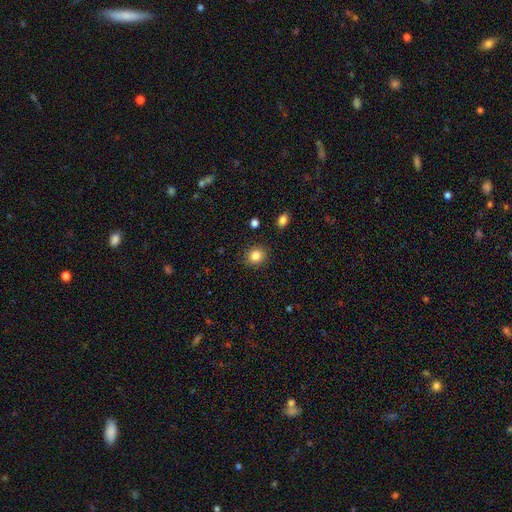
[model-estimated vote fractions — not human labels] The model was most divided on "how rounded": round: 78%, in between: 21%, cigar-shaped: 1%. More confident: merging — none (89%); smooth or featured — smooth (84%).